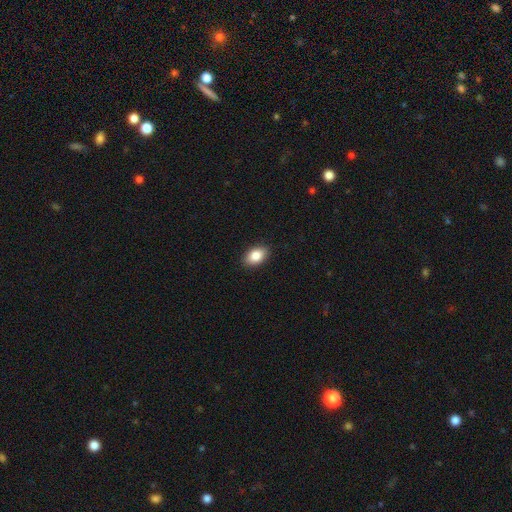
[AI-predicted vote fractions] Q: Smooth or featured?
A: smooth (85%); runner-up: star or artifact (8%)
Q: How rounded?
A: in between (87%); runner-up: round (12%)
Q: Merging?
A: none (89%); runner-up: minor disturbance (8%)